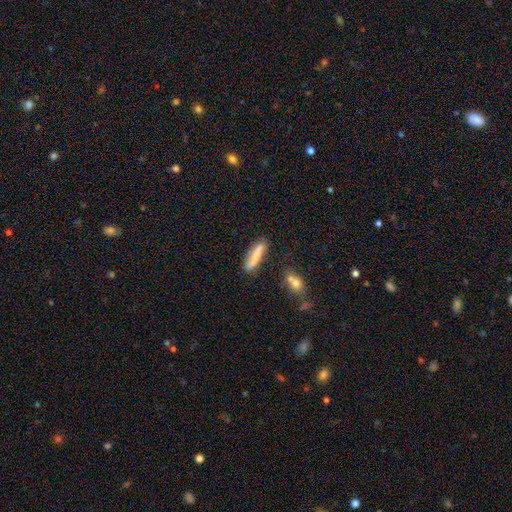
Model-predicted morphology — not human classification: Smooth or featured?
  - smooth: 64% *
  - featured or disk: 28%
  - star or artifact: 8%
How rounded?
  - cigar-shaped: 72% *
  - in between: 25%
  - round: 2%
Merging?
  - none: 67% *
  - minor disturbance: 20%
  - merger: 7%
  - major disturbance: 6%